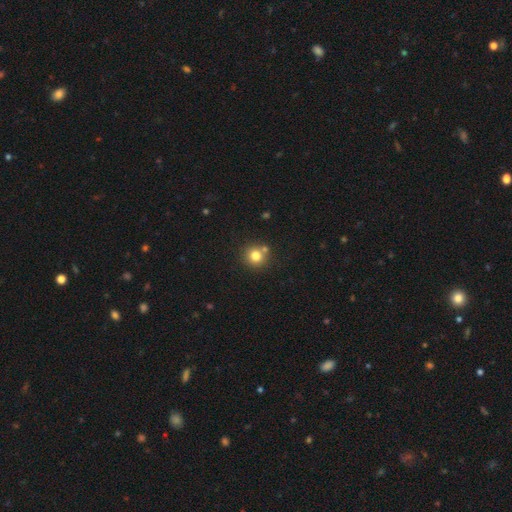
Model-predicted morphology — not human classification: Smooth or featured? smooth (79%)
How rounded? round (92%)
Merging? none (72%)